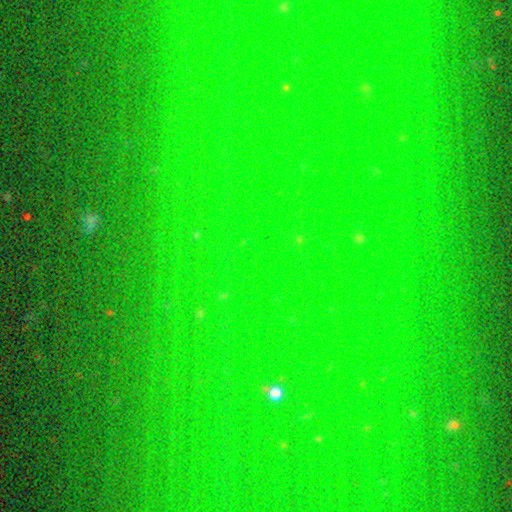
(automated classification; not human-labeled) This appears to be a star or artifact, not a galaxy (80%).